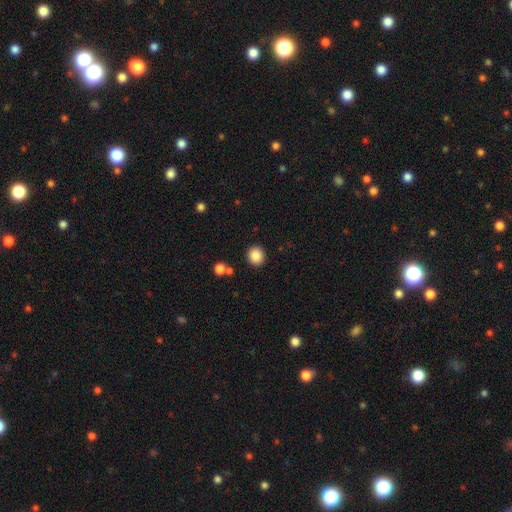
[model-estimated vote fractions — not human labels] Smooth or featured: smooth — 86% (star or artifact — 9%)
How rounded: round — 86% (in between — 13%)
Merging: none — 89% (minor disturbance — 6%)